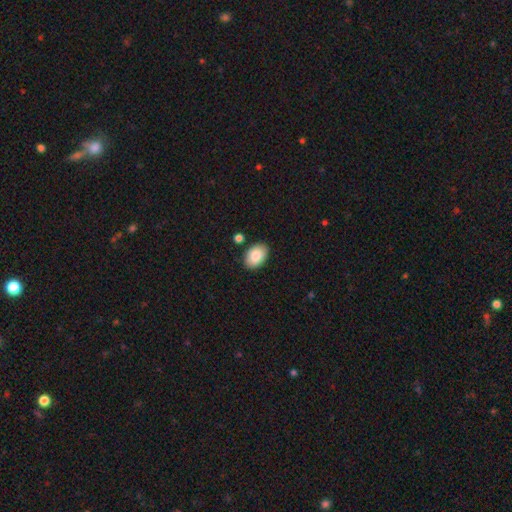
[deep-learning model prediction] Smooth or featured? smooth (86%)
How rounded? in between (88%)
Merging? none (86%)